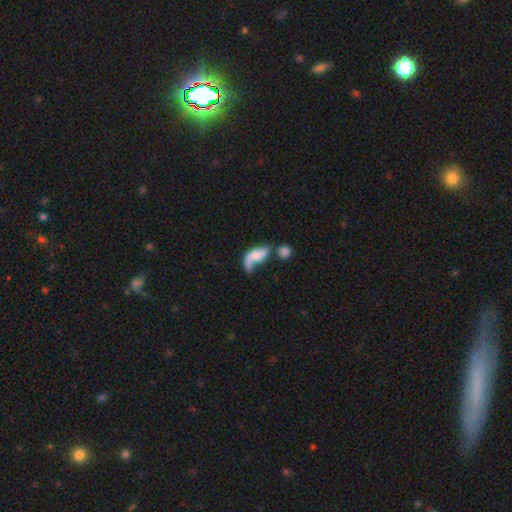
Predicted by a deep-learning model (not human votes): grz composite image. It shows a featured or disk galaxy (65%) with no bar (57%), 2 (66%) loose (76%) spiral arms (89%) and a small central bulge (31%, tied with none). Merging: none (30%, tied with merger).